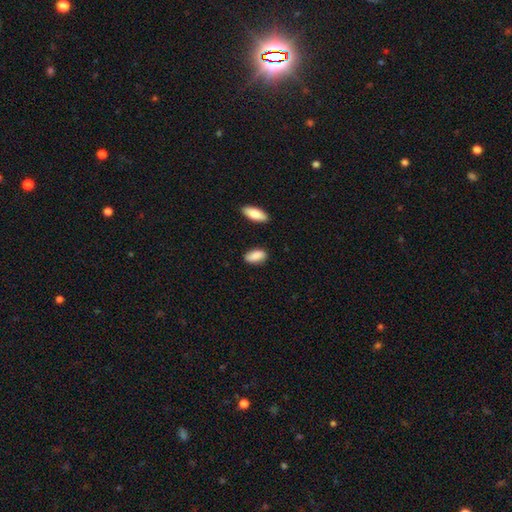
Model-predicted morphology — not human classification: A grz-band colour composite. It shows a smooth galaxy with no disk features (87%) that is in between round and cigar-shaped (91%). Merging: none (83%).